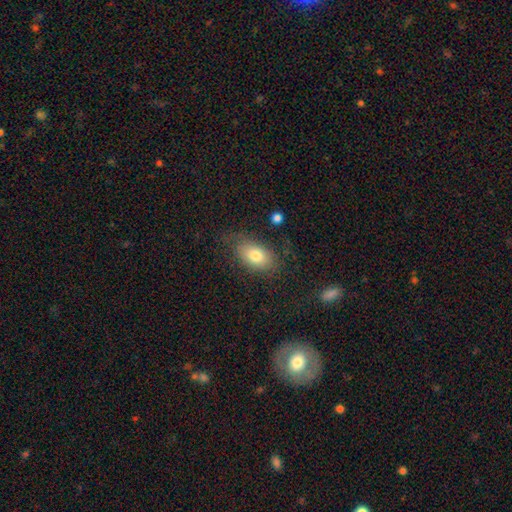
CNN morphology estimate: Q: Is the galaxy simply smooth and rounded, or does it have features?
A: smooth — 76%.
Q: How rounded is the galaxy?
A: in between — 86%.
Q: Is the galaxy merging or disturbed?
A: none — 70%.